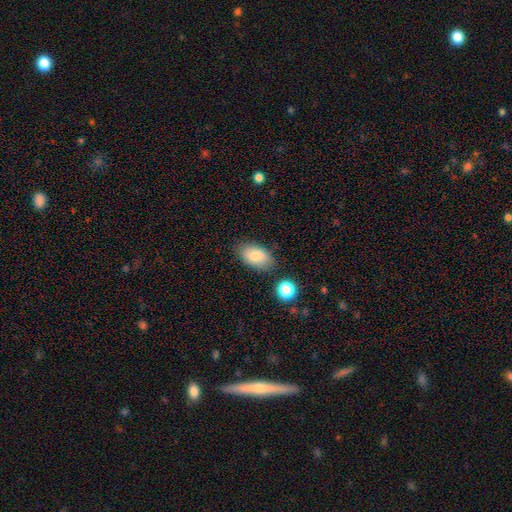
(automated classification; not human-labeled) This is clearly a smooth galaxy (82%). How rounded: clearly in between (92%). Merging: likely none (79%).